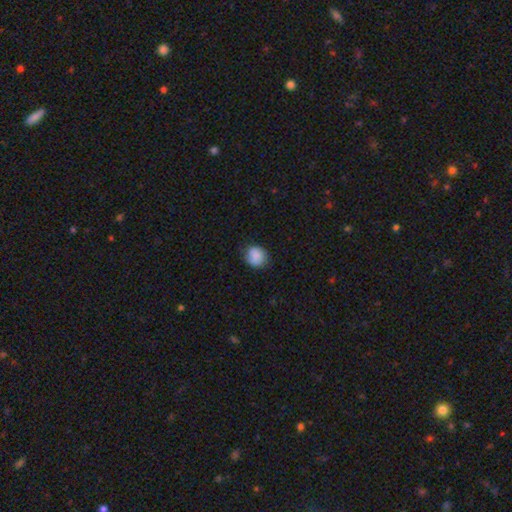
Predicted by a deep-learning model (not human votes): A smooth galaxy with no disk features (85%) that is round (78%). Merging: none (77%).